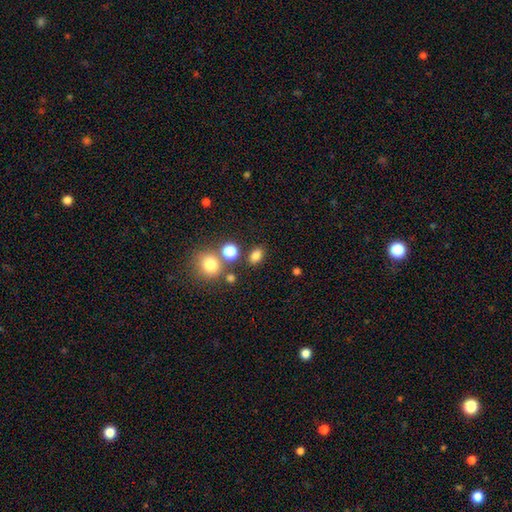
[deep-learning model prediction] This is clearly a smooth galaxy (81%). How rounded: likely in between (70%). Merging: likely none (76%).